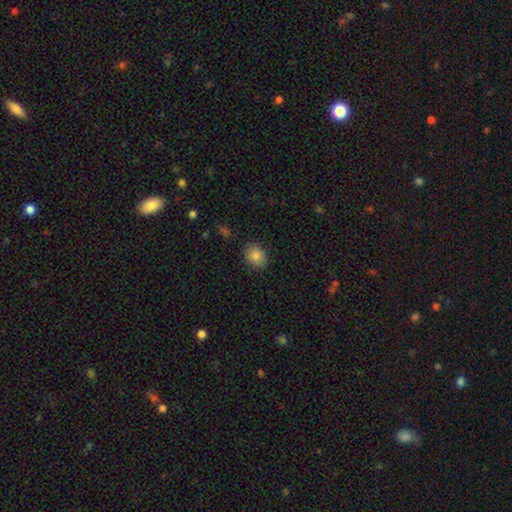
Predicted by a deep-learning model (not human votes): A smooth galaxy with no disk features (85%) that is round (51%).

Vote fractions:
- Smooth or featured? smooth: 85% / star or artifact: 9% / featured or disk: 6%
- How rounded? round: 51% / in between: 49% / cigar-shaped: 1%
- Merging? none: 85% / minor disturbance: 11% / major disturbance: 3% / merger: 1%